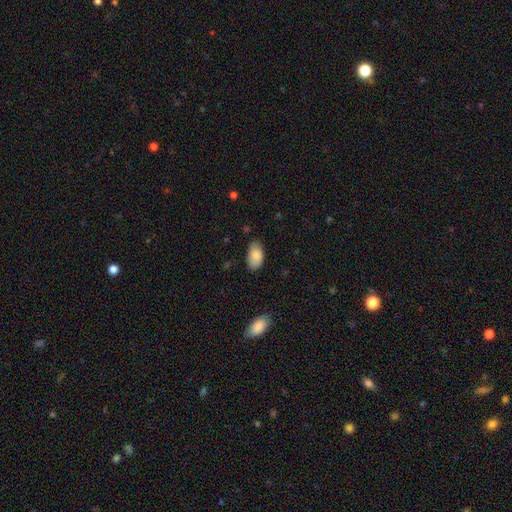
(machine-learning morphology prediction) smooth_or_featured: smooth (p=0.86) [alt: featured or disk p=0.07]
how_rounded: in between (p=0.94) [alt: round p=0.04]
merging: none (p=0.77) [alt: minor disturbance p=0.19]